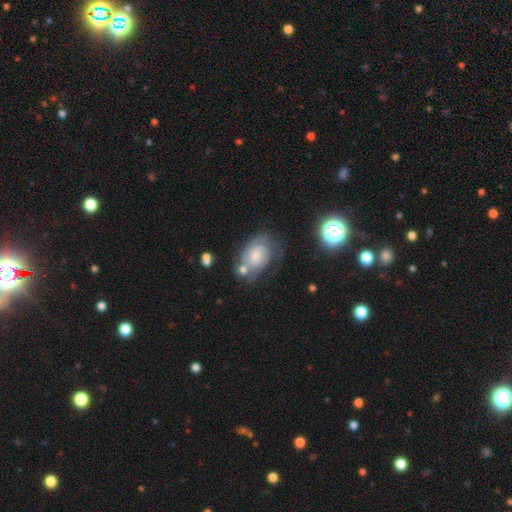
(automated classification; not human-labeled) This appears to be a featured or disk galaxy (59%) with no bar (67%), spiral arms (85%) and a moderate central bulge (33%). Merging: none (48%).